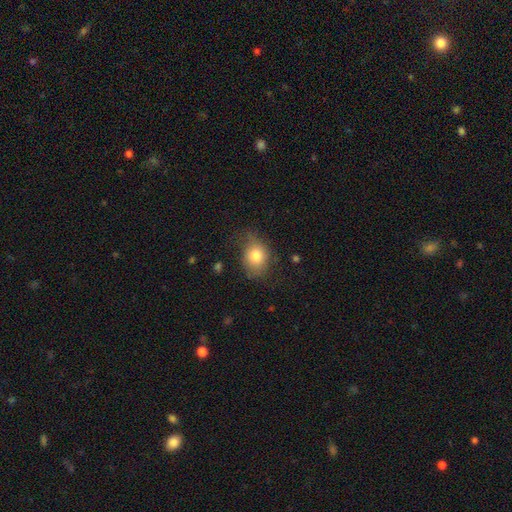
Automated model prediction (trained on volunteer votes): Q: Smooth or featured?
A: smooth (79%); runner-up: featured or disk (12%)
Q: How rounded?
A: in between (54%); runner-up: round (44%)
Q: Merging?
A: none (59%); runner-up: minor disturbance (29%)